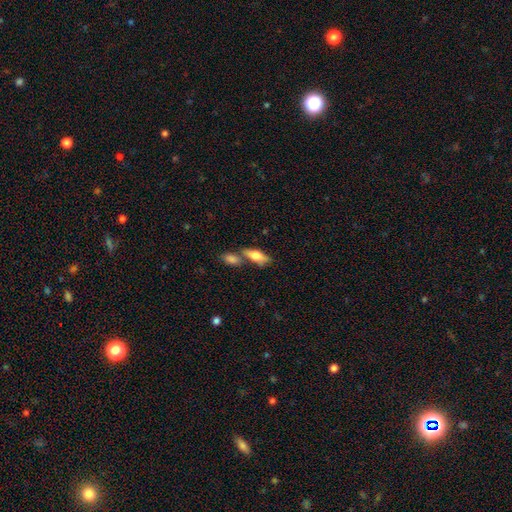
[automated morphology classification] Smooth or featured? Predicted: smooth (p=0.69). How rounded? Predicted: in between (p=0.68). Merging? Predicted: none (p=0.48).